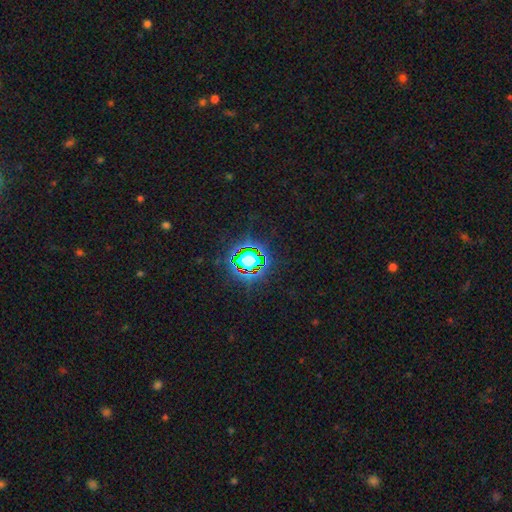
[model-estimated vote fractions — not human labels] This appears to be a star or artifact, not a galaxy (72%).